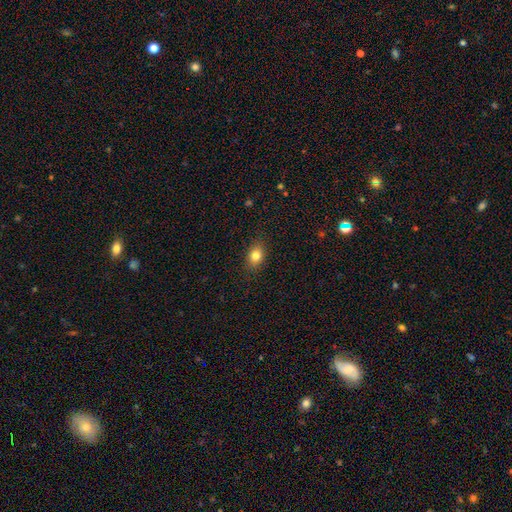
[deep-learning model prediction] Q: Smooth or featured?
A: smooth (82%); runner-up: star or artifact (10%)
Q: How rounded?
A: in between (71%); runner-up: round (27%)
Q: Merging?
A: none (86%); runner-up: minor disturbance (10%)